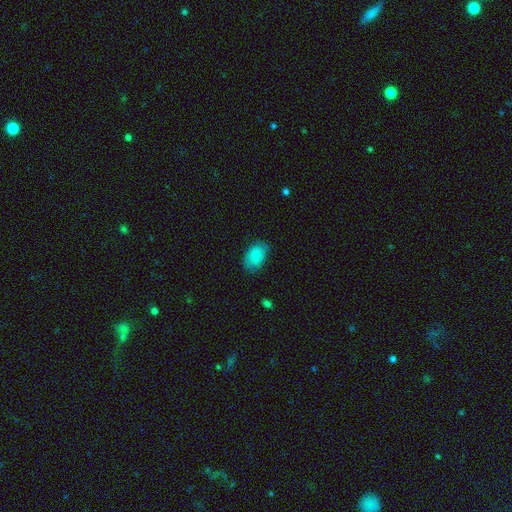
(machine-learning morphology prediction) This is clearly a smooth galaxy (86%). How rounded: clearly in between (89%). Merging: likely none (78%).